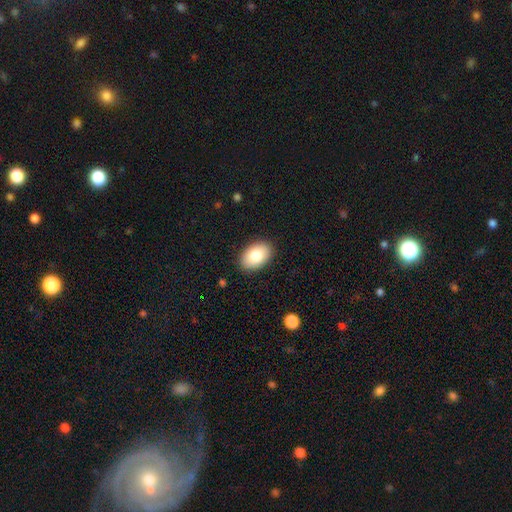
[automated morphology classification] type=smooth (85%); roundness=in between (91%); merging=none (89%).